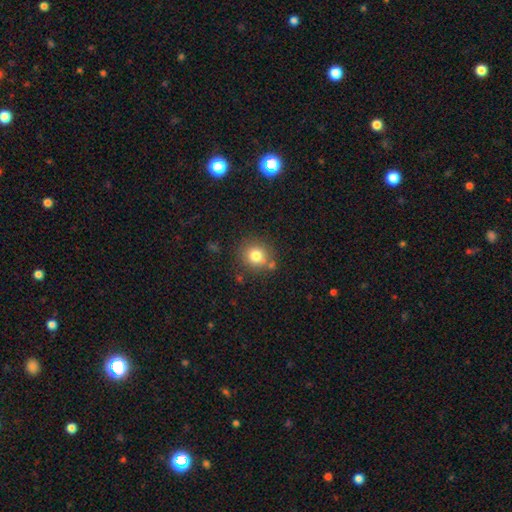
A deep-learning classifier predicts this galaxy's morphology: Smooth or featured: smooth — 80% (star or artifact — 12%)
How rounded: round — 87% (in between — 12%)
Merging: none — 75% (minor disturbance — 12%)